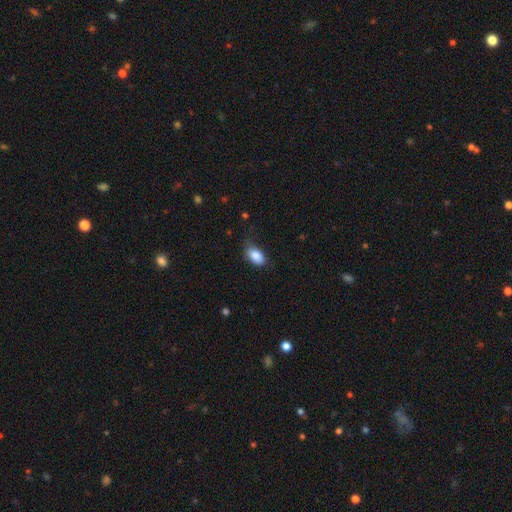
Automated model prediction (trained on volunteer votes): smooth_or_featured: smooth (p=0.87) [alt: star or artifact p=0.07]
how_rounded: in between (p=0.91) [alt: round p=0.07]
merging: none (p=0.71) [alt: minor disturbance p=0.23]